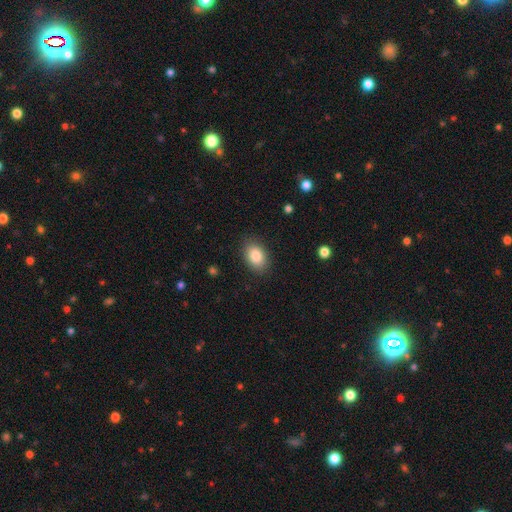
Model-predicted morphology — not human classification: Smooth or featured? smooth (85%)
How rounded? in between (83%)
Merging? none (86%)